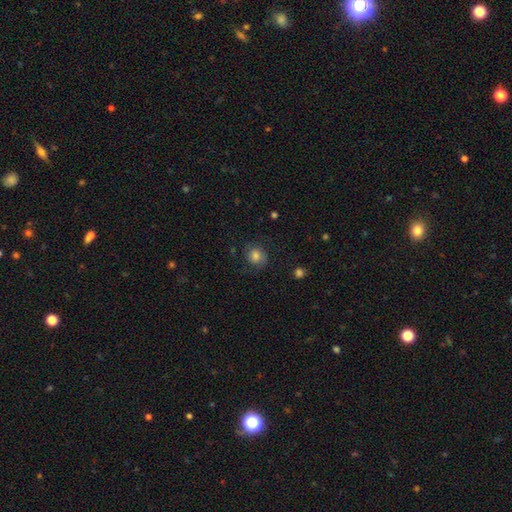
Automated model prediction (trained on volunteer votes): A smooth galaxy with no disk features (72%) that is round (73%). Merging: none (69%).